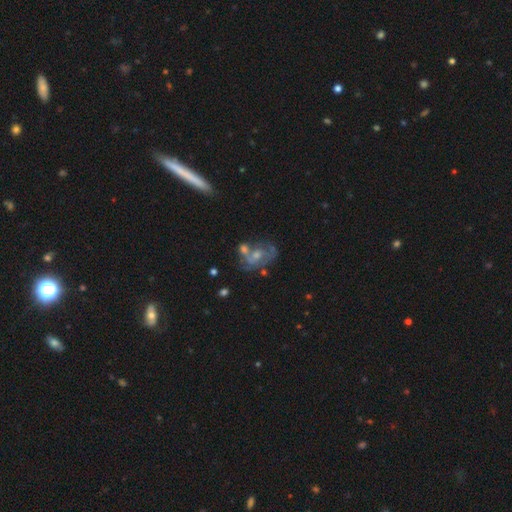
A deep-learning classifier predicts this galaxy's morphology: smooth_or_featured: featured or disk (p=0.66) [alt: smooth p=0.24]
disk_edge_on: no (p=0.96) [alt: yes p=0.04]
bar: no (p=0.68) [alt: weak p=0.26]
has_spiral_arms: yes (p=0.61) [alt: no p=0.39]
bulge_size: moderate (p=0.50) [alt: small p=0.37]
merging: none (p=0.35) [alt: merger p=0.31]